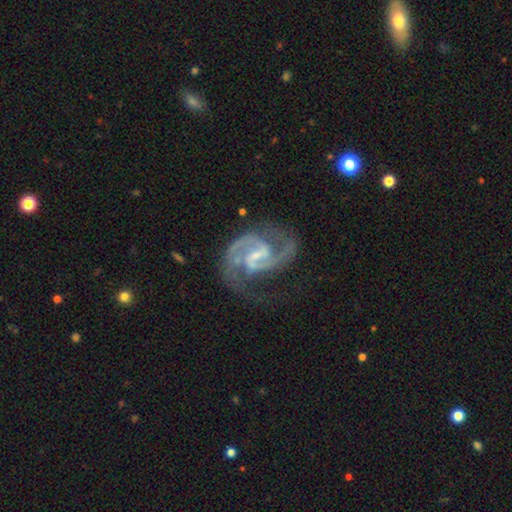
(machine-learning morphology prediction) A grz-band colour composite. It shows a featured or disk galaxy (93%) with a weak bar (56%), 2 (89%) medium (64%) spiral arms (98%) and a small central bulge (60%). Merging: none (62%).